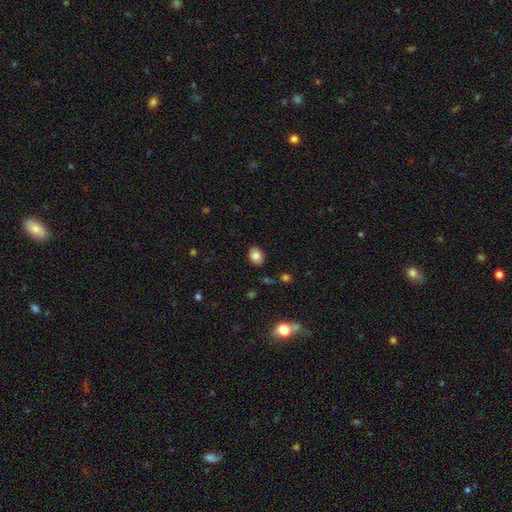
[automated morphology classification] This is clearly a smooth galaxy (82%). How rounded: likely in between (67%). Merging: clearly none (87%).